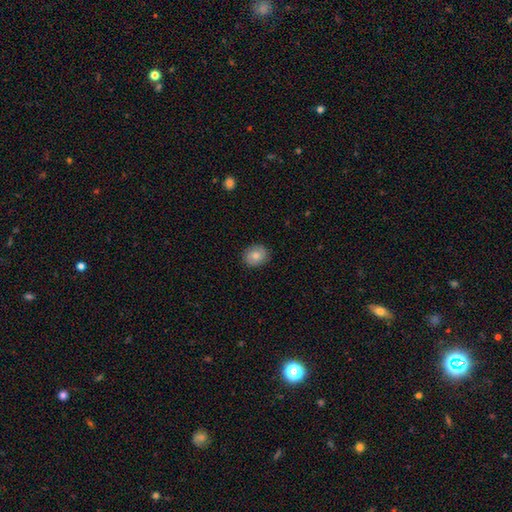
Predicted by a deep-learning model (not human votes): Q: Smooth or featured?
A: smooth (77%); runner-up: featured or disk (15%)
Q: How rounded?
A: round (65%); runner-up: in between (34%)
Q: Merging?
A: none (88%); runner-up: minor disturbance (9%)